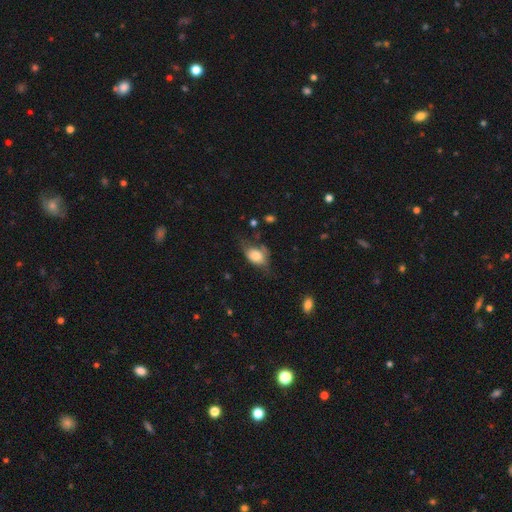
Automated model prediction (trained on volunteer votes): smooth-or-featured: smooth: 67% | featured or disk: 24% | star or artifact: 8%
  how-rounded: in between: 81% | round: 16% | cigar-shaped: 3%
  merging: none: 39% | minor disturbance: 35% | major disturbance: 23% | merger: 3%